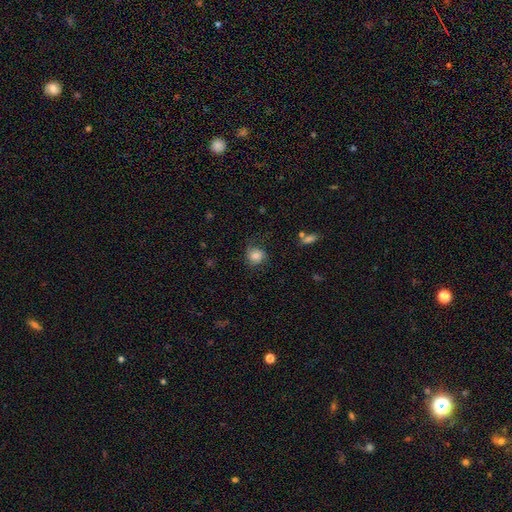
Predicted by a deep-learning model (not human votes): smooth-or-featured: smooth: 73% | featured or disk: 17% | star or artifact: 10%
  how-rounded: round: 80% | in between: 19% | cigar-shaped: 1%
  merging: none: 67% | minor disturbance: 22% | major disturbance: 10% | merger: 2%